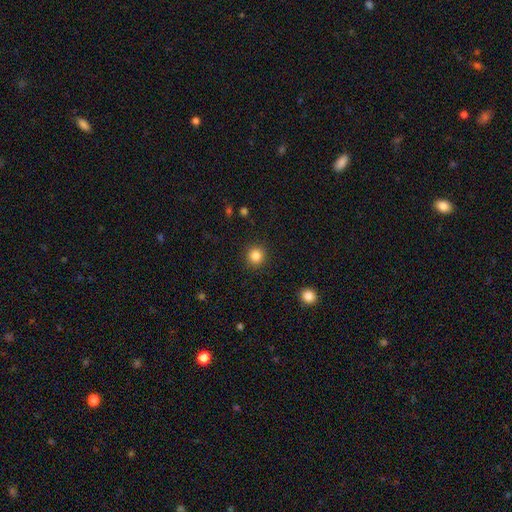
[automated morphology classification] type=smooth (85%); roundness=round (93%); merging=none (92%).